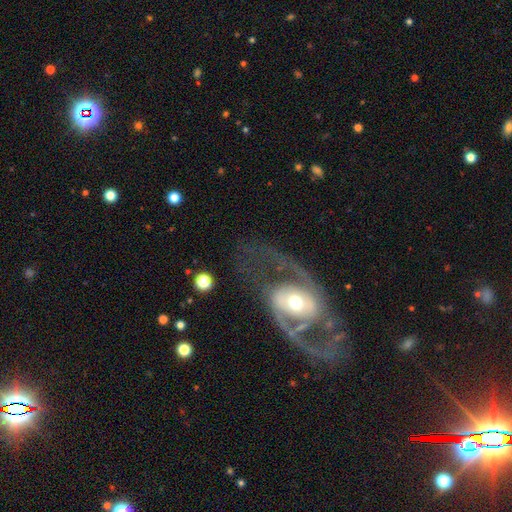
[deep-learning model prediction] Smooth or featured? featured or disk (88%)
Edge-on disk? no (96%)
Bar? no (46%)
Spiral arms? yes (91%)
Spiral winding? medium (55%)
Spiral arm count? 2 (91%)
Bulge size? moderate (59%)
Merging? none (74%)